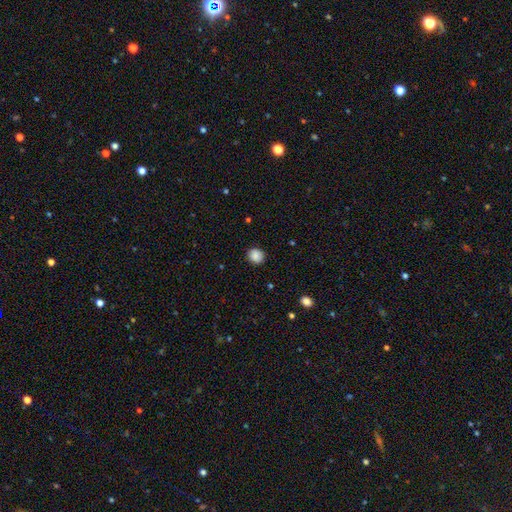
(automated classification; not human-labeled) smooth-or-featured: smooth: 87% | star or artifact: 9% | featured or disk: 4%
  how-rounded: round: 84% | in between: 16% | cigar-shaped: 1%
  merging: none: 88% | minor disturbance: 9% | major disturbance: 2% | merger: 1%